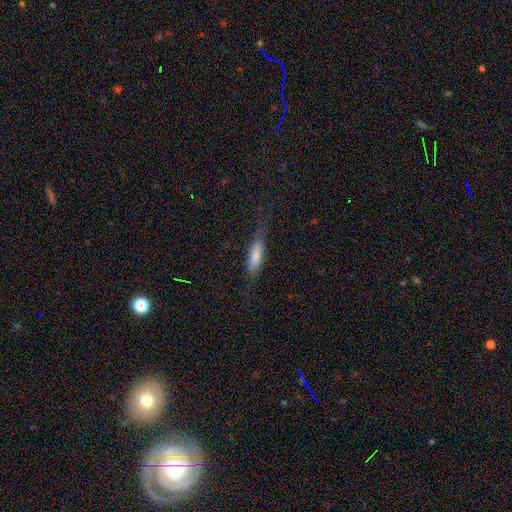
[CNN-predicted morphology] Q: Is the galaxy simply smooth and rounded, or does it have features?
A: smooth — 75%.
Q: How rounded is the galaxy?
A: cigar-shaped — 57%.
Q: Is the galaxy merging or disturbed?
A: none — 63%.